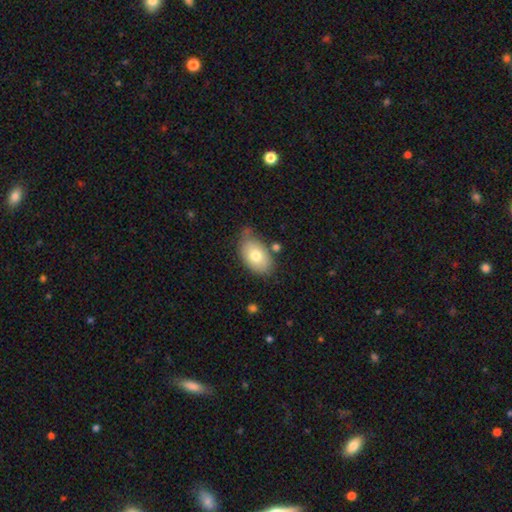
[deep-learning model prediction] smooth-or-featured: smooth: 74% | featured or disk: 19% | star or artifact: 8%
  how-rounded: in between: 88% | round: 10% | cigar-shaped: 1%
  merging: none: 61% | minor disturbance: 26% | merger: 6% | major disturbance: 6%